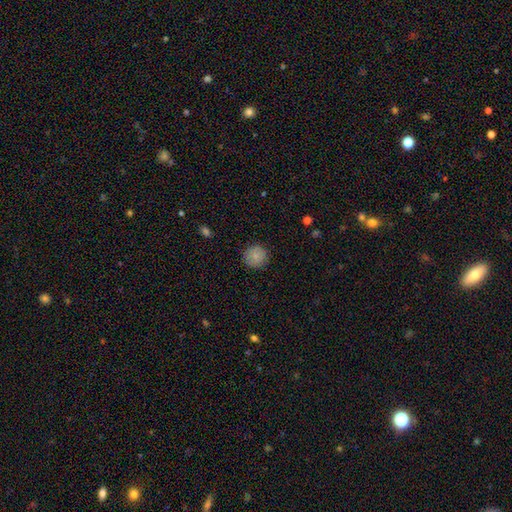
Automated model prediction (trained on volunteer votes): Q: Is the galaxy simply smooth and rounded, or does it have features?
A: smooth — 82%.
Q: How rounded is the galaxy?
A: round — 93%.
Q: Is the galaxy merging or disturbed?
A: none — 87%.